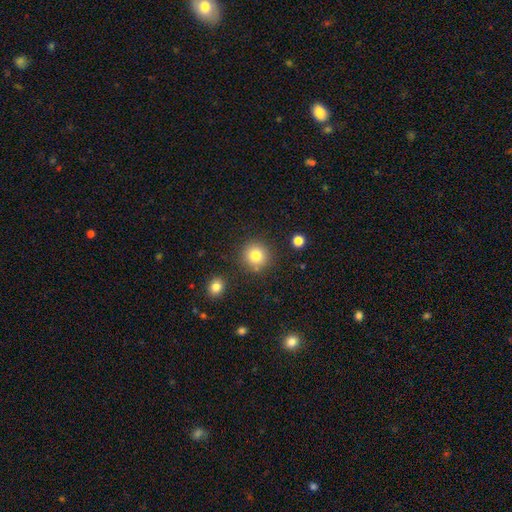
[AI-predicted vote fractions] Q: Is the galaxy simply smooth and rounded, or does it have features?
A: smooth — 81%.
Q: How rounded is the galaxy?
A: round — 93%.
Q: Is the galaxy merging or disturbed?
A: none — 85%.